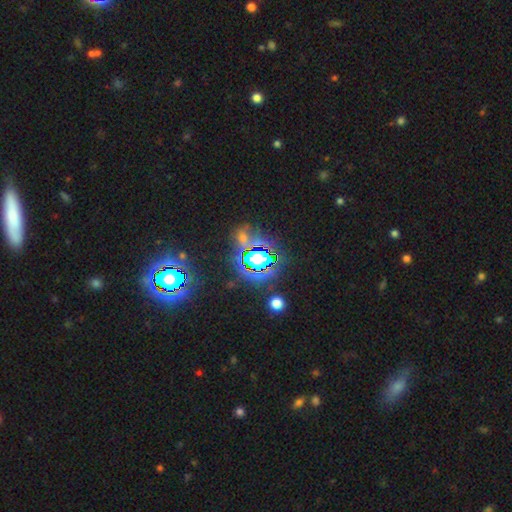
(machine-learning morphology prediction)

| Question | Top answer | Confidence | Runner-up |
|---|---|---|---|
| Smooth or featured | star or artifact | 81% | smooth (12%) |